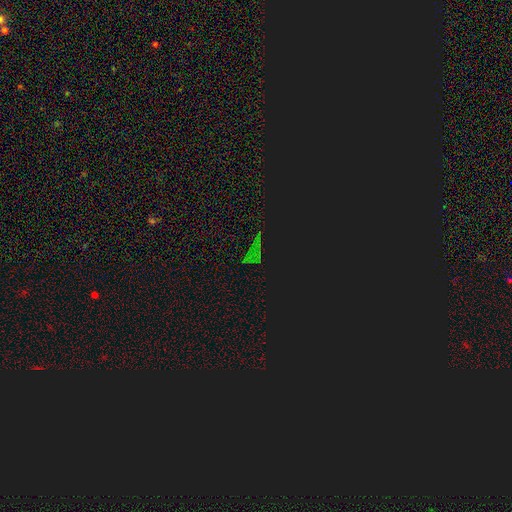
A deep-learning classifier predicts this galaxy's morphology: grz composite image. It shows a star or artifact, not a galaxy (79%).